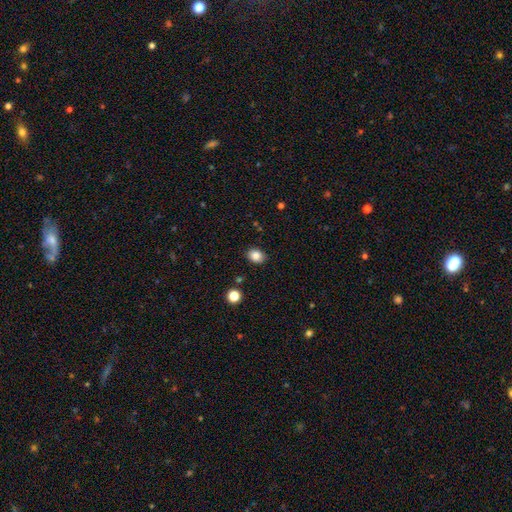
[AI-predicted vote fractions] The model was most divided on "how rounded": in between: 56%, round: 43%, cigar-shaped: 1%. More confident: merging — none (87%); smooth or featured — smooth (85%).